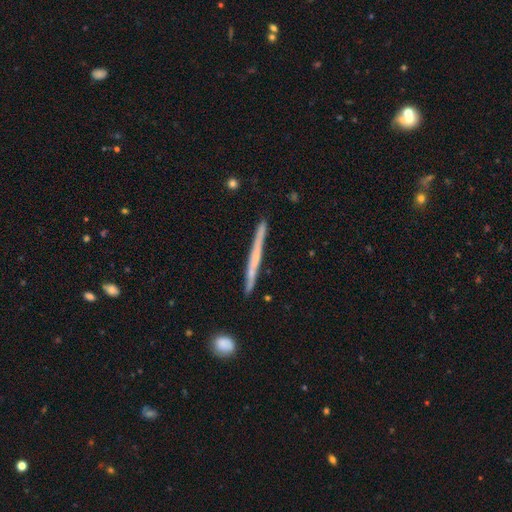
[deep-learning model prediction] Morphology: type=featured or disk (56%); edge-on=yes (97%); edge-on bulge=none (77%); merging=none (90%).